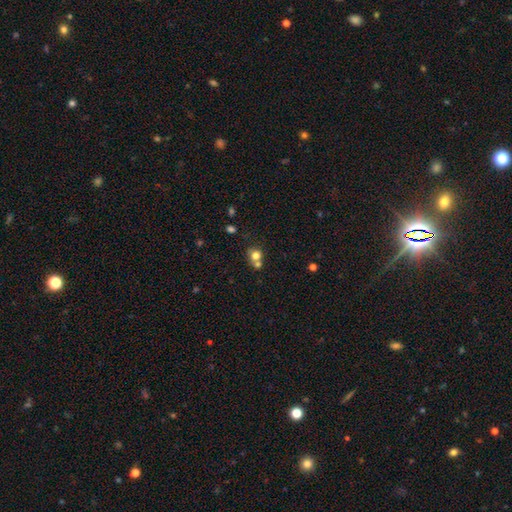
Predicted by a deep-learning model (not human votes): smooth_or_featured: smooth (p=0.75) [alt: star or artifact p=0.13]
how_rounded: round (p=0.79) [alt: in between p=0.20]
merging: merger (p=0.44) [alt: none p=0.43]